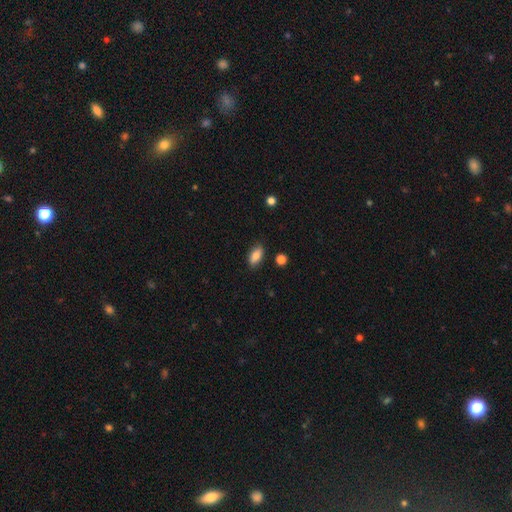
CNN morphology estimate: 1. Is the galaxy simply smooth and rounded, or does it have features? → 84% smooth, 9% featured or disk, 8% star or artifact.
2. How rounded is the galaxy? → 87% in between, 8% cigar-shaped, 5% round.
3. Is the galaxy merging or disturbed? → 84% none, 12% minor disturbance, 2% major disturbance, 2% merger.